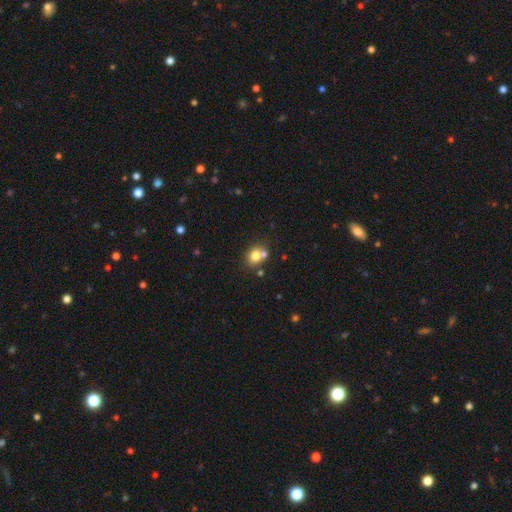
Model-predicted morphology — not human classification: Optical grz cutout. It shows a smooth galaxy with no disk features (76%) that is round (65%). Merging: none (53%).